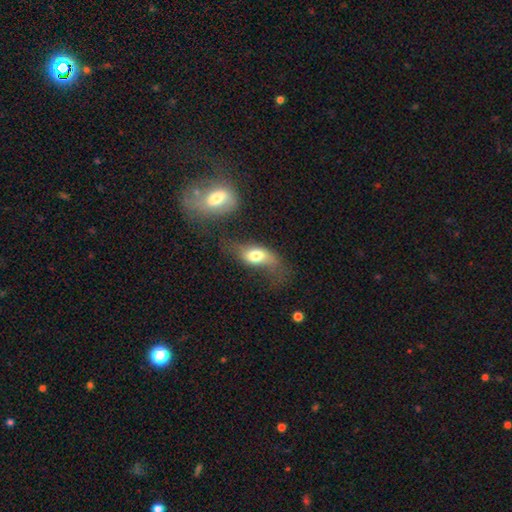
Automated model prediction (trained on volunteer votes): Overall: smooth (64%; featured or disk 28%). How rounded: in between (82%). Merging: none (34%; major disturbance 27%).